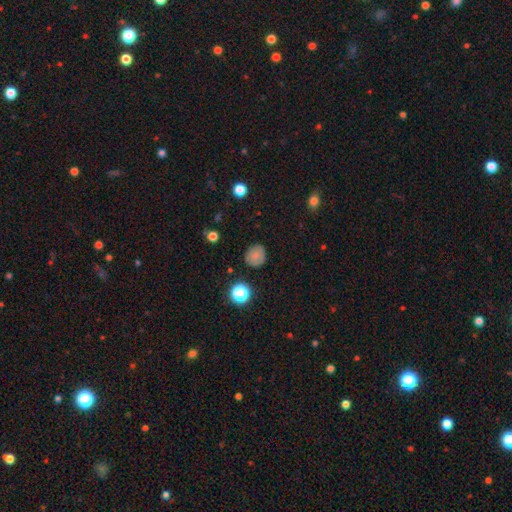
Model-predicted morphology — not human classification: smooth_or_featured: smooth (p=0.77) [alt: star or artifact p=0.13]
how_rounded: round (p=0.87) [alt: in between p=0.12]
merging: none (p=0.82) [alt: minor disturbance p=0.13]